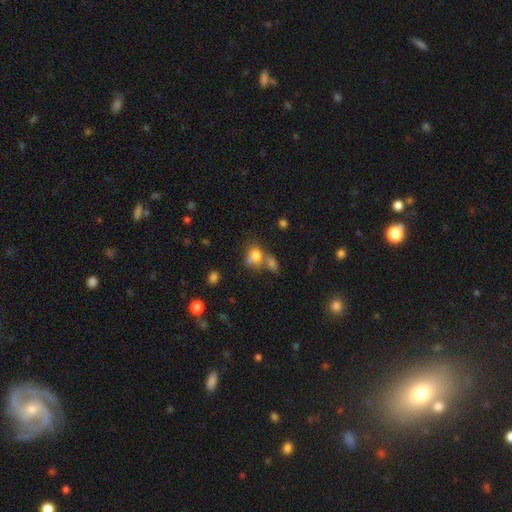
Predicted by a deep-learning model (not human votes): Overall: smooth (75%). How rounded: in between (59%; round 39%). Merging: merger (43%; none 31%).